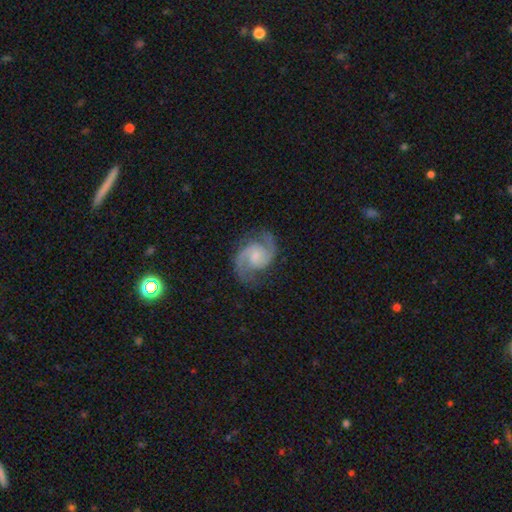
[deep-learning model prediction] Overall: featured or disk (91%). Edge-on disk: no (98%). Bar: no (58%; weak 36%). Spiral arms: yes (98%). Spiral arm count: 2 (93%). Spiral winding: medium (63%). Bulge size: small (51%; moderate 33%). Merging: none (79%).